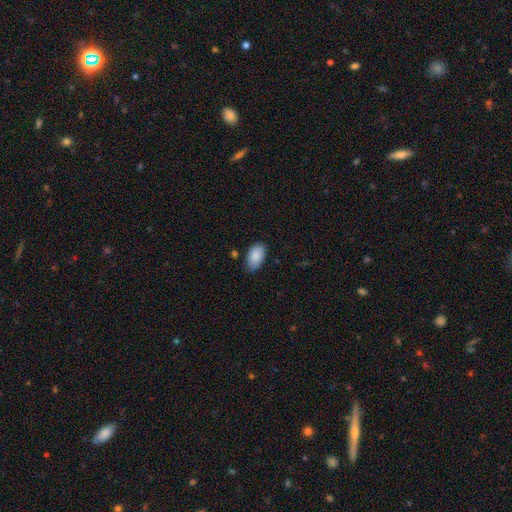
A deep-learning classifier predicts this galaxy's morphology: type=smooth (88%); roundness=in between (94%); merging=none (78%).